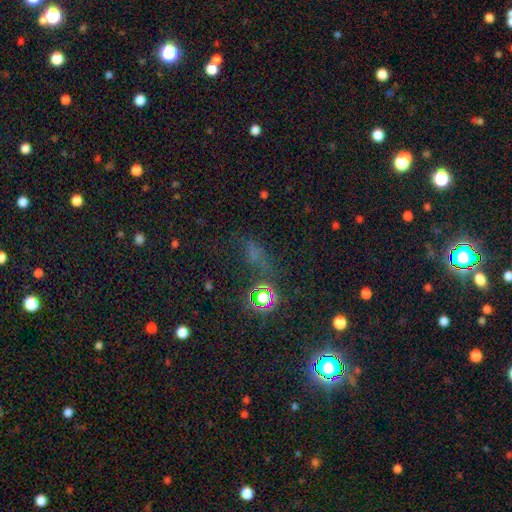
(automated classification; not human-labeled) Smooth or featured: star or artifact — 54% (smooth — 34%)